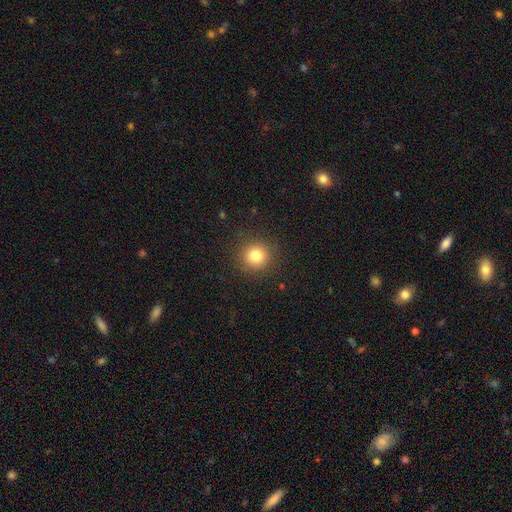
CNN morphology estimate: Smooth or featured? smooth (80%)
How rounded? round (94%)
Merging? none (89%)